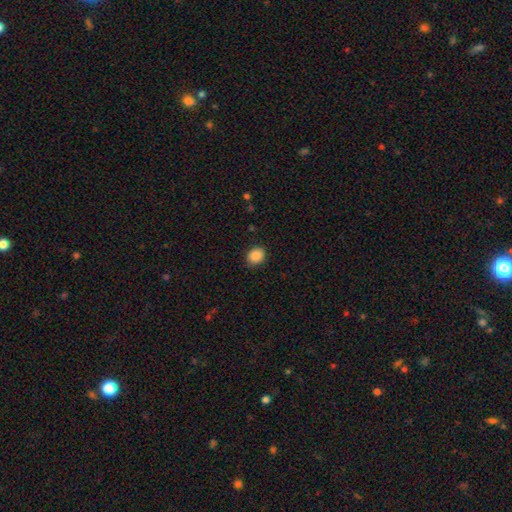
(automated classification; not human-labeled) smooth 89%, star or artifact 8%, featured or disk 3%. Down the decision tree: how rounded — round (57%); merging — none (88%).